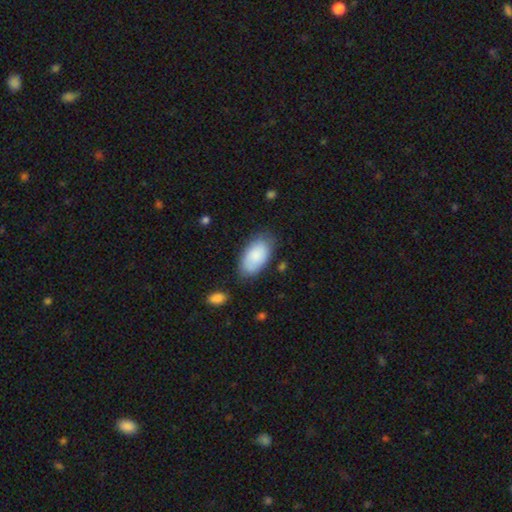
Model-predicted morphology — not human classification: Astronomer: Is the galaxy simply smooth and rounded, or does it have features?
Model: smooth — 80%.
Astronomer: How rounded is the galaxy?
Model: in between — 95%.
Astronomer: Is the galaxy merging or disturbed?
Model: none — 73%.